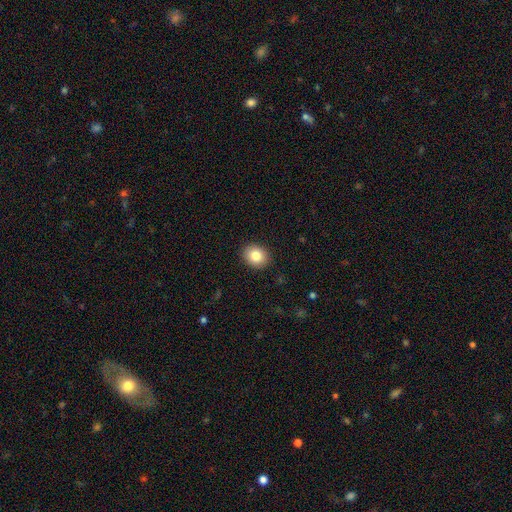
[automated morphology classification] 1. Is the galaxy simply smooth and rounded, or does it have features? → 83% smooth, 9% star or artifact, 8% featured or disk.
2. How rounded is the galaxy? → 60% round, 39% in between, 1% cigar-shaped.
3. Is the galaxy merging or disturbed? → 90% none, 7% minor disturbance, 2% major disturbance, 1% merger.